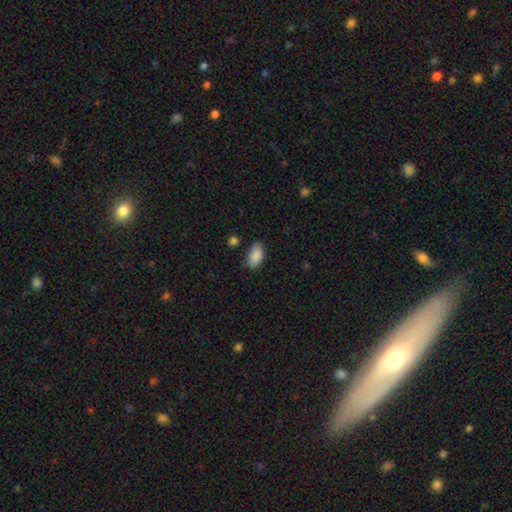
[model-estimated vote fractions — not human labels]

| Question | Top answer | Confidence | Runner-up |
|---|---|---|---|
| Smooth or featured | smooth | 88% | star or artifact (7%) |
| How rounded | in between | 94% | round (4%) |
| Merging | none | 79% | minor disturbance (16%) |